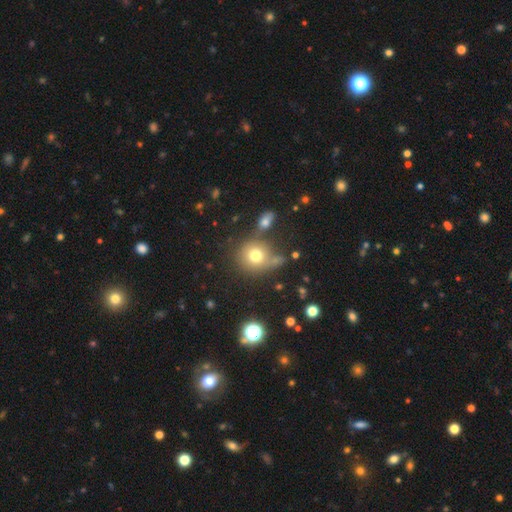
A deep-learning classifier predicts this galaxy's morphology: A smooth galaxy with no disk features (73%) that is round (86%).

Vote fractions:
- Smooth or featured? smooth: 73% / star or artifact: 14% / featured or disk: 13%
- How rounded? round: 86% / in between: 13% / cigar-shaped: 1%
- Merging? none: 60% / merger: 18% / minor disturbance: 14% / major disturbance: 7%